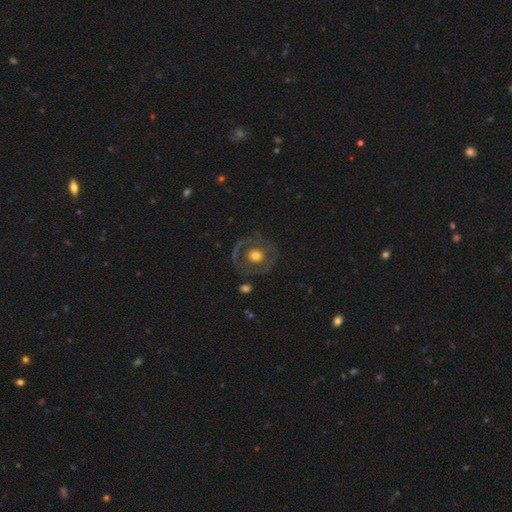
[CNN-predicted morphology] A featured or disk galaxy (52%).

Vote fractions:
- Smooth or featured? featured or disk: 52% / smooth: 41% / star or artifact: 7%
- Edge-on disk? no: 96% / yes: 4%
- Merging? none: 73% / minor disturbance: 14% / major disturbance: 11% / merger: 2%